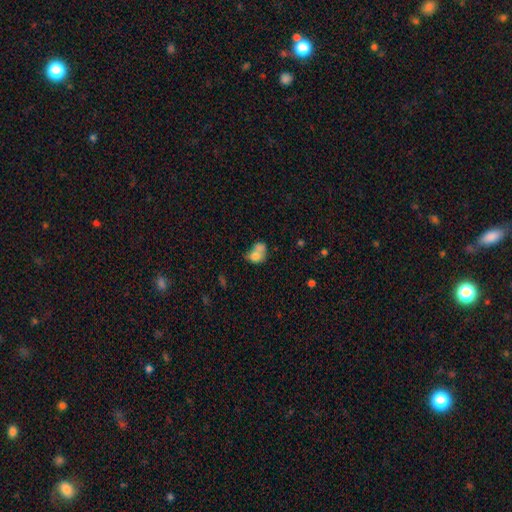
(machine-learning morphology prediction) type=smooth (71%); roundness=in between (56%); merging=merger (54%).